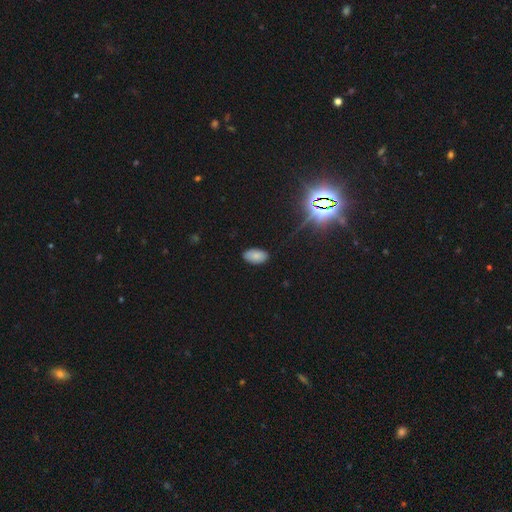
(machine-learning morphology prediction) Smooth or featured? smooth (80%)
How rounded? in between (95%)
Merging? none (86%)